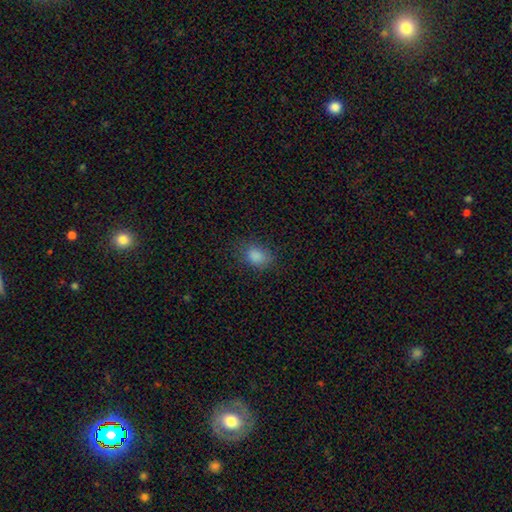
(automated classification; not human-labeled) This appears to be a smooth galaxy with no disk features (84%) that is in between round and cigar-shaped (66%). Merging: none (79%).